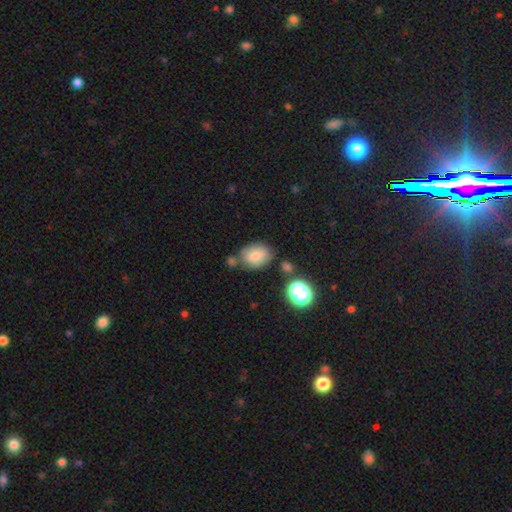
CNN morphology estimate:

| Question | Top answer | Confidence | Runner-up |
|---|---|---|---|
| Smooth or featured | smooth | 77% | featured or disk (13%) |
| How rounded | in between | 72% | round (26%) |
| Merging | none | 66% | minor disturbance (18%) |